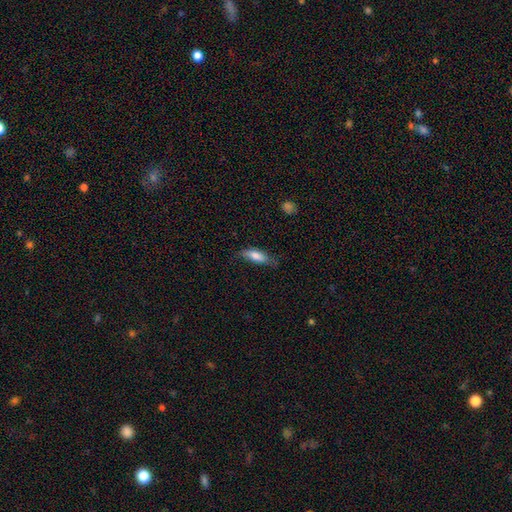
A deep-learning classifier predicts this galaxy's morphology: Smooth or featured? smooth (78%)
How rounded? in between (64%)
Merging? none (65%)